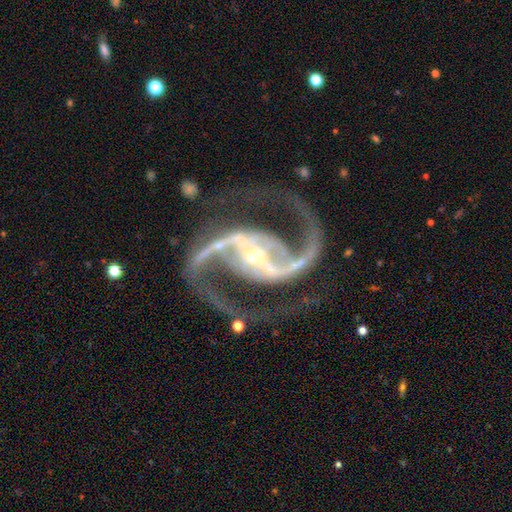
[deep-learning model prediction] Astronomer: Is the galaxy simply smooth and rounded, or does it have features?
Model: featured or disk — 95%.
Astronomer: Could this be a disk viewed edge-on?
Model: no — 98%.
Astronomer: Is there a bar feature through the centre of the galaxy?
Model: strong — 63%.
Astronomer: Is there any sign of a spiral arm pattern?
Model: yes — 99%.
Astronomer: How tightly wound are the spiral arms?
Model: medium — 65%.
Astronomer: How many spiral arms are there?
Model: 2 — 95%.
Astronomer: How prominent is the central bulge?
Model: small — 66%.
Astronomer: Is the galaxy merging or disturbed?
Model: none — 79%.